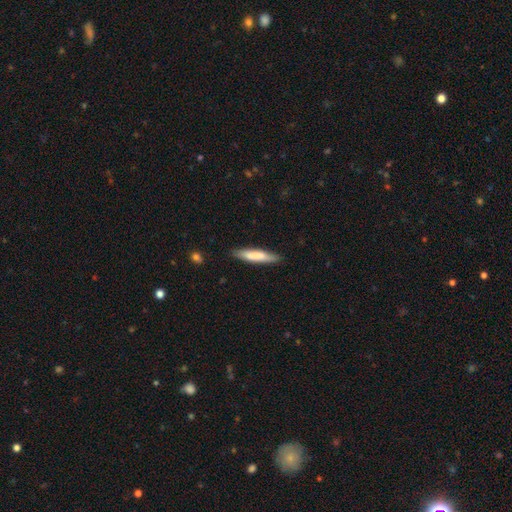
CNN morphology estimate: Smooth or featured? smooth (76%)
How rounded? cigar-shaped (87%)
Merging? none (86%)